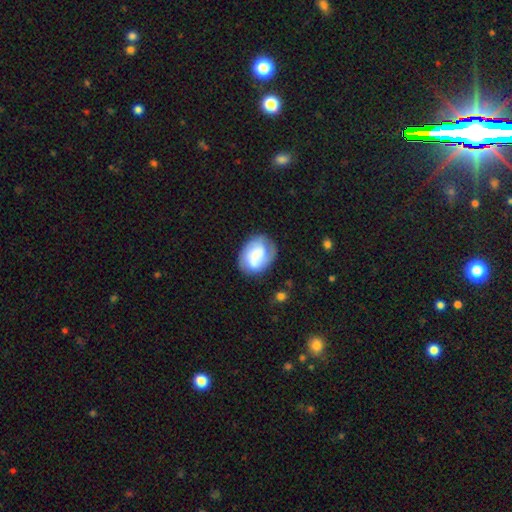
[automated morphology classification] smooth_or_featured: featured or disk (p=0.47) [alt: smooth p=0.45]
merging: none (p=0.67) [alt: minor disturbance p=0.22]